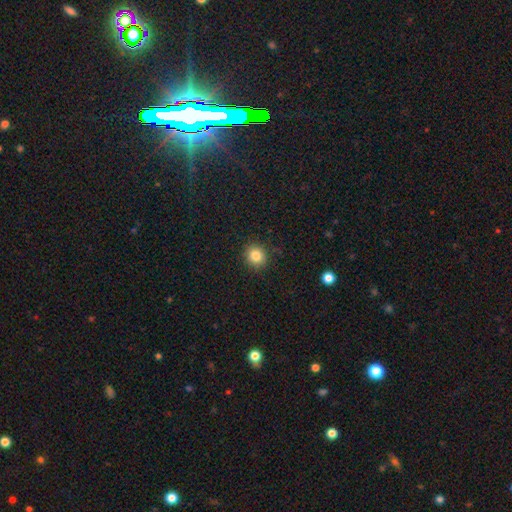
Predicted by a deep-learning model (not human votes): Q: Smooth or featured?
A: smooth (83%); runner-up: star or artifact (11%)
Q: How rounded?
A: round (86%); runner-up: in between (13%)
Q: Merging?
A: none (90%); runner-up: minor disturbance (7%)